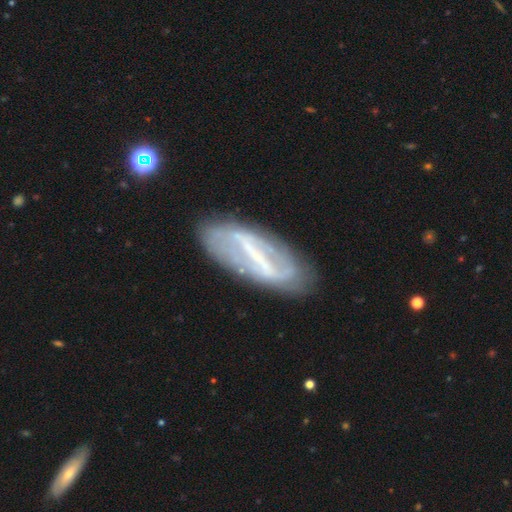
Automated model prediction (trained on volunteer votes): A featured or disk galaxy (73%) with a strong bar (77%), spiral arms (51%) and no central bulge (46%). Merging: none (74%).